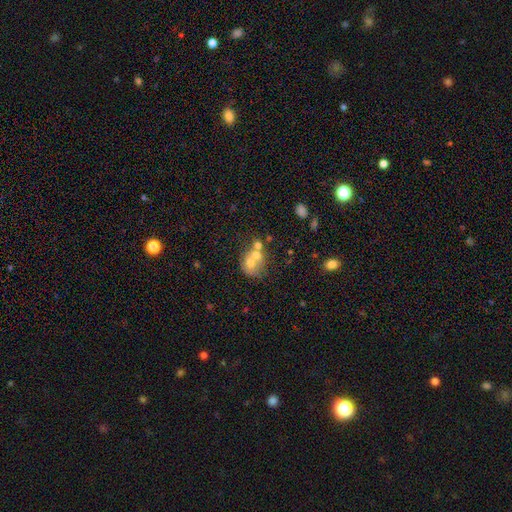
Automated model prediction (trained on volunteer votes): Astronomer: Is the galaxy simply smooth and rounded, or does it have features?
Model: smooth — 57% (runner-up: featured or disk, 32%).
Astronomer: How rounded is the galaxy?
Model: round — 64%.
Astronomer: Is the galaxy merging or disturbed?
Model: merger — 58%.